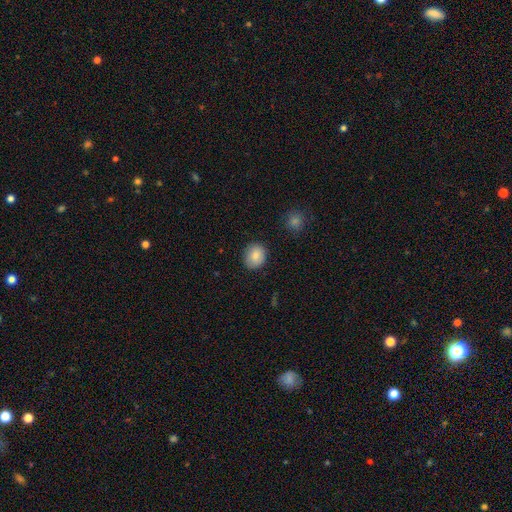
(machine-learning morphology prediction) This appears to be a smooth galaxy with no disk features (86%) that is round (62%). Merging: none (87%).